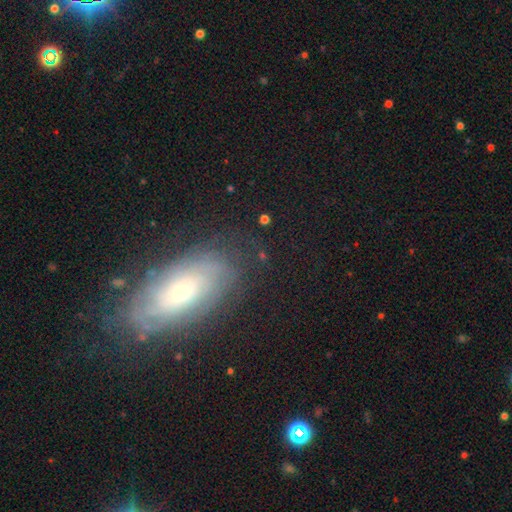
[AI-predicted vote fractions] Overall: featured or disk (63%; smooth 25%). Edge-on disk: no (87%). Bar: no (75%). Spiral arms: yes (82%). Bulge size: small (57%; moderate 36%). Merging: none (79%).